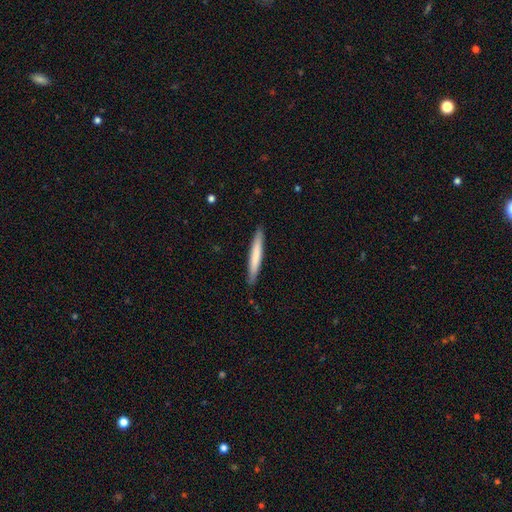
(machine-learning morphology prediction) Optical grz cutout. It shows a smooth galaxy with no disk features (69%) that is cigar-shaped (96%). Merging: none (90%).